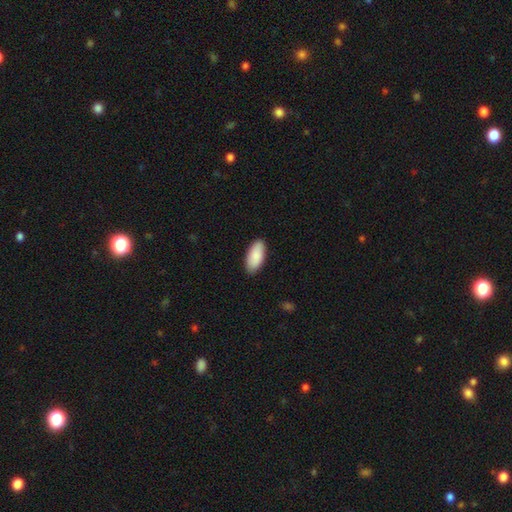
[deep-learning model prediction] Overall: smooth (89%). How rounded: in between (90%). Merging: none (88%).